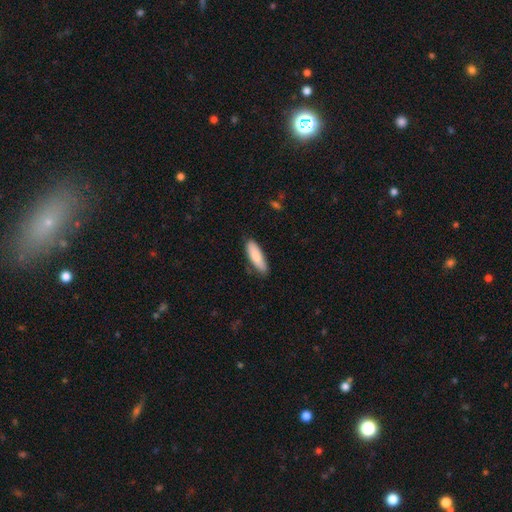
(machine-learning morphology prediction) This is clearly a smooth galaxy (84%). How rounded: possibly cigar-shaped (51%). Merging: likely none (80%).